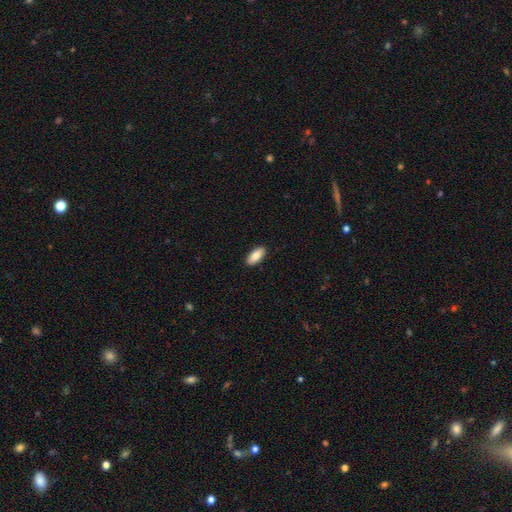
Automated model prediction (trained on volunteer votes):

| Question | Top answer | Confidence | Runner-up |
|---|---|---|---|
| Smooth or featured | smooth | 85% | featured or disk (10%) |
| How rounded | in between | 88% | cigar-shaped (10%) |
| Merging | none | 90% | minor disturbance (7%) |